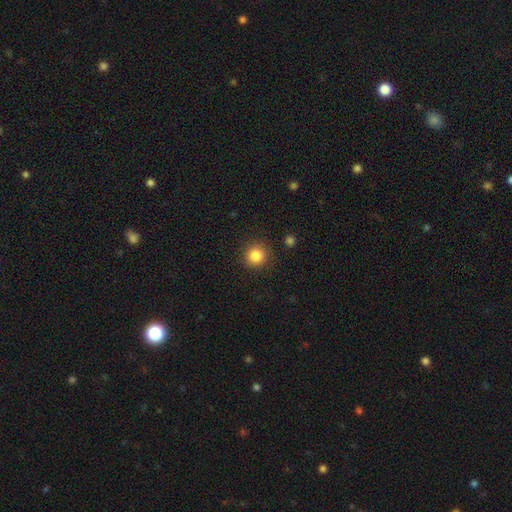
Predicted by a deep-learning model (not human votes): Smooth or featured? smooth (85%)
How rounded? round (93%)
Merging? none (89%)